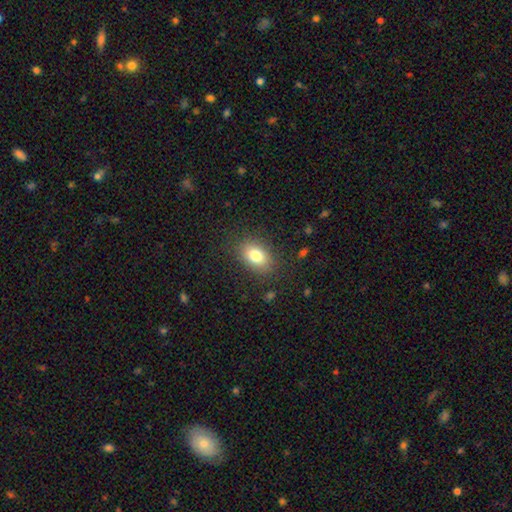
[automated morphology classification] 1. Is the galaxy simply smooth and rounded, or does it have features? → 81% smooth, 10% featured or disk, 9% star or artifact.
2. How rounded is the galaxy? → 82% in between, 17% round, 1% cigar-shaped.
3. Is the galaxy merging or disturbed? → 83% none, 11% minor disturbance, 4% major disturbance, 1% merger.